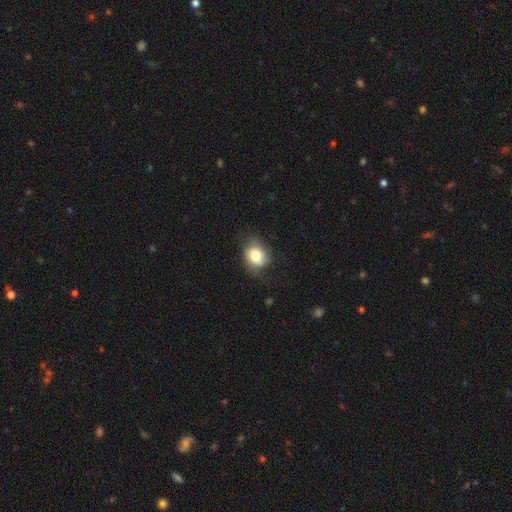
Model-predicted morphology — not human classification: smooth-or-featured: smooth: 77% | featured or disk: 14% | star or artifact: 9%
  how-rounded: round: 54% | in between: 45% | cigar-shaped: 1%
  merging: none: 61% | minor disturbance: 27% | major disturbance: 10% | merger: 1%